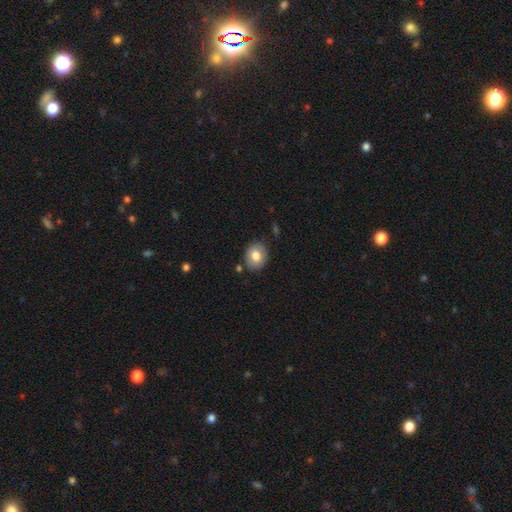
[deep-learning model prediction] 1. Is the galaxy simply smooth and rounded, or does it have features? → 77% smooth, 16% featured or disk, 8% star or artifact.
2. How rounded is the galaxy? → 50% round, 49% in between, 1% cigar-shaped.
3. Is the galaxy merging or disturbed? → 82% none, 12% minor disturbance, 3% merger, 3% major disturbance.